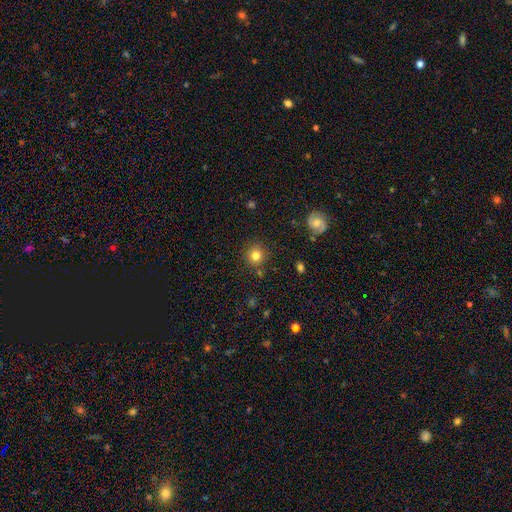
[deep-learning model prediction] The model was most divided on "smooth or featured": smooth: 81%, star or artifact: 12%, featured or disk: 7%. More confident: how rounded — round (92%); merging — none (86%).